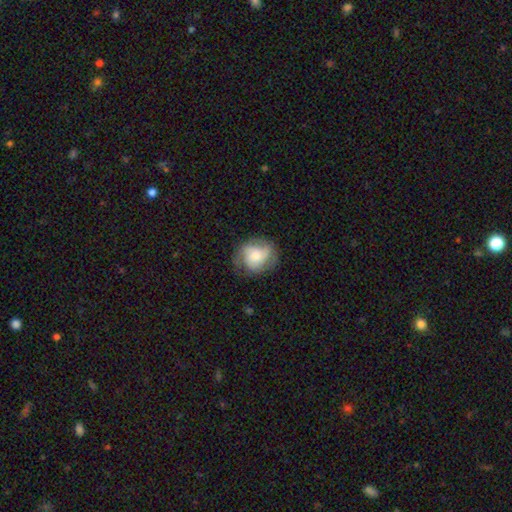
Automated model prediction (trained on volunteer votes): Q: Smooth or featured?
A: featured or disk (54%); runner-up: smooth (38%)
Q: Edge-on disk?
A: no (98%); runner-up: yes (2%)
Q: Bar?
A: no (67%); runner-up: weak (28%)
Q: Spiral arms?
A: yes (87%); runner-up: no (13%)
Q: Bulge size?
A: moderate (36%); runner-up: large (28%)
Q: Merging?
A: none (68%); runner-up: minor disturbance (20%)